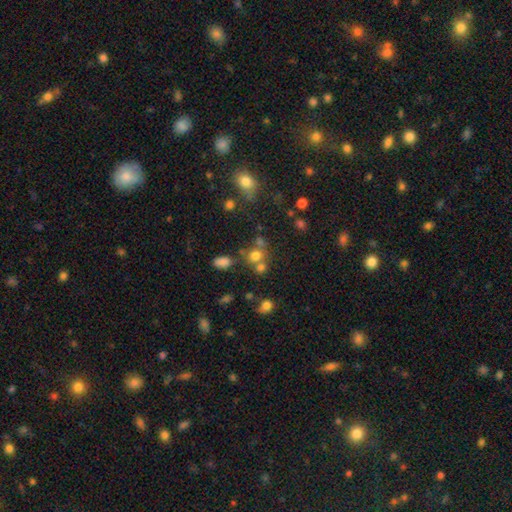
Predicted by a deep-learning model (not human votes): Smooth or featured? Predicted: smooth (p=0.70). How rounded? Predicted: round (p=0.75). Merging? Predicted: none (p=0.53).